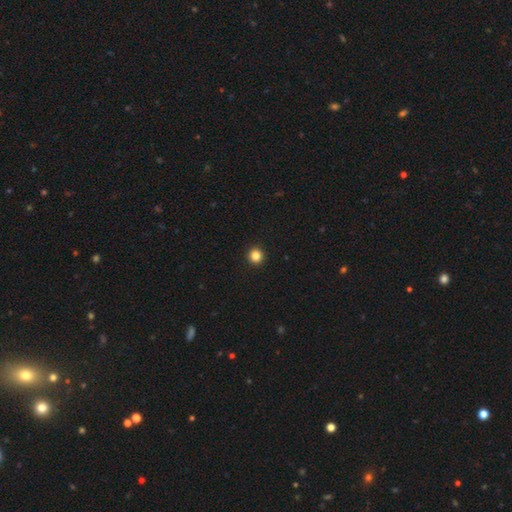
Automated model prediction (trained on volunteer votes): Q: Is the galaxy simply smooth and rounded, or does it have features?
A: smooth — 85%.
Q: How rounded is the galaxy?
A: round — 95%.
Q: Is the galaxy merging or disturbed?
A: none — 94%.